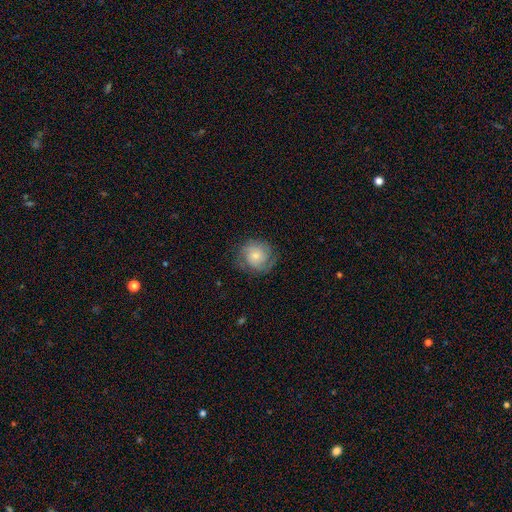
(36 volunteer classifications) Smooth or featured? 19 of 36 (53%) said smooth. How rounded? 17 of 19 (89%) said round. Merging? 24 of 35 (69%) said none.